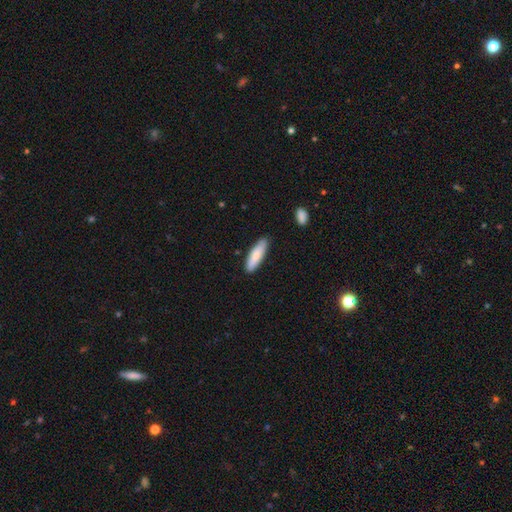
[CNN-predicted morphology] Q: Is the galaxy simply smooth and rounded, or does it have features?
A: smooth — 80%.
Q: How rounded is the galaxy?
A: cigar-shaped — 60%.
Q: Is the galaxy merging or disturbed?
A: none — 86%.